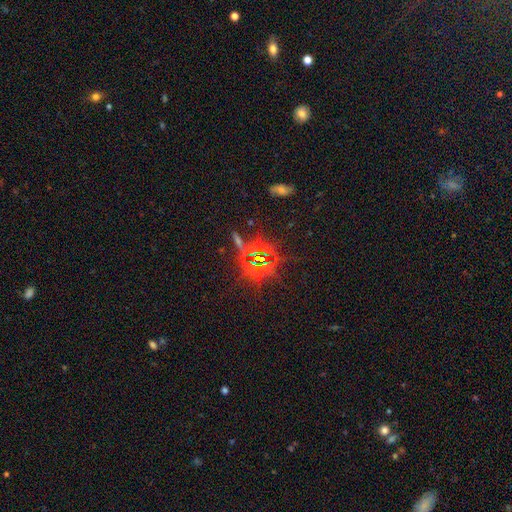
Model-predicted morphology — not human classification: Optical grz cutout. It shows a star or artifact, not a galaxy (80%).